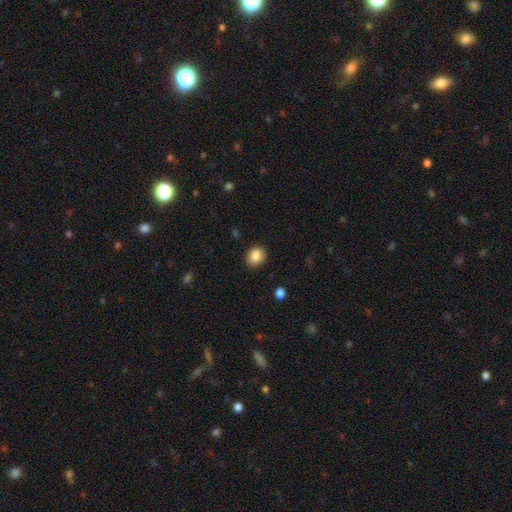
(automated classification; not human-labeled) smooth-or-featured: smooth: 86% | star or artifact: 8% | featured or disk: 6%
  how-rounded: in between: 50% | round: 49% | cigar-shaped: 1%
  merging: none: 86% | minor disturbance: 10% | major disturbance: 3% | merger: 1%